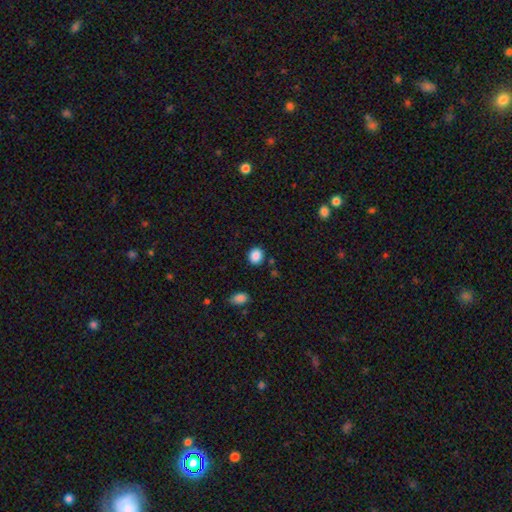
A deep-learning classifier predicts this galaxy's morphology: smooth-or-featured: smooth: 88% | star or artifact: 9% | featured or disk: 3%
  how-rounded: round: 74% | in between: 25% | cigar-shaped: 1%
  merging: none: 87% | minor disturbance: 8% | major disturbance: 2% | merger: 2%